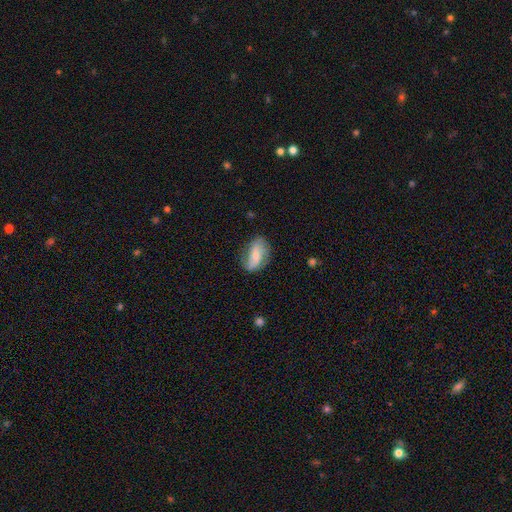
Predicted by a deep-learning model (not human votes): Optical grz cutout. It shows a featured or disk galaxy (49%). Merging: none (66%).